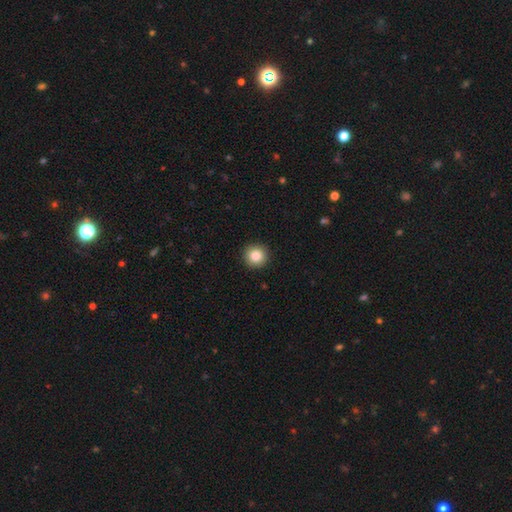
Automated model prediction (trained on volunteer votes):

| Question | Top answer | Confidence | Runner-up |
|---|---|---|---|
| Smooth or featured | smooth | 85% | star or artifact (9%) |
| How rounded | round | 95% | in between (4%) |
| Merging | none | 93% | minor disturbance (5%) |